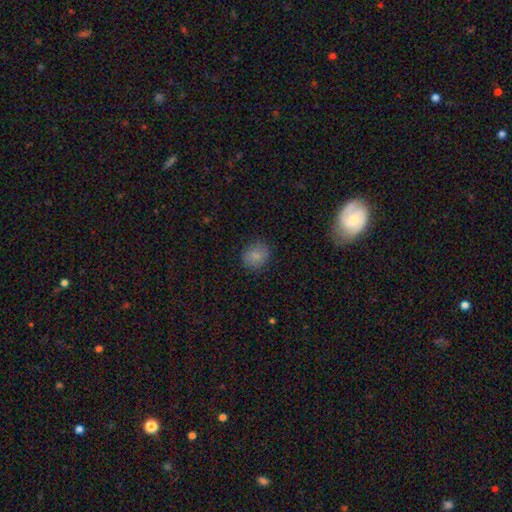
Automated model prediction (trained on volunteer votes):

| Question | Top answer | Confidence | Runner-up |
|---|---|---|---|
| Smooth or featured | smooth | 83% | star or artifact (10%) |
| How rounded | round | 74% | in between (25%) |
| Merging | none | 82% | minor disturbance (13%) |